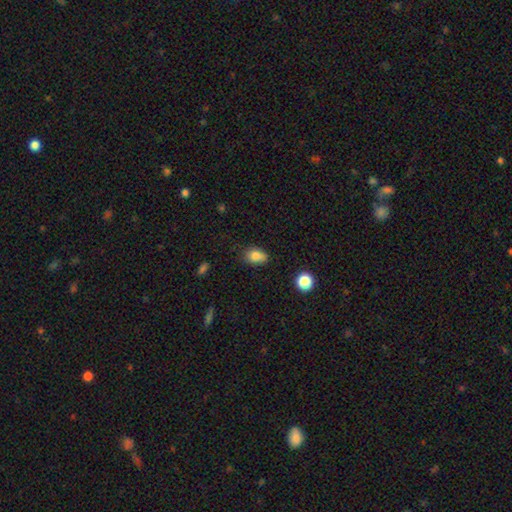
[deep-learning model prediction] smooth 83%, star or artifact 10%, featured or disk 6%. Down the decision tree: how rounded — in between (79%); merging — none (66%).